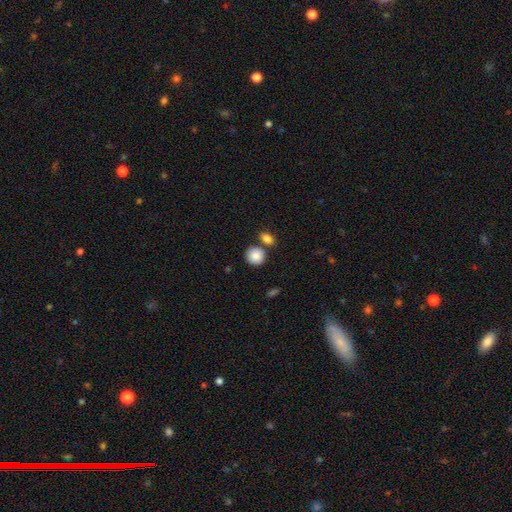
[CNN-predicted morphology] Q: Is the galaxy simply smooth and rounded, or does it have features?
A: smooth — 87%.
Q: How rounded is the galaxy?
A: round — 85%.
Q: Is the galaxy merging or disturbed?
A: none — 70%.